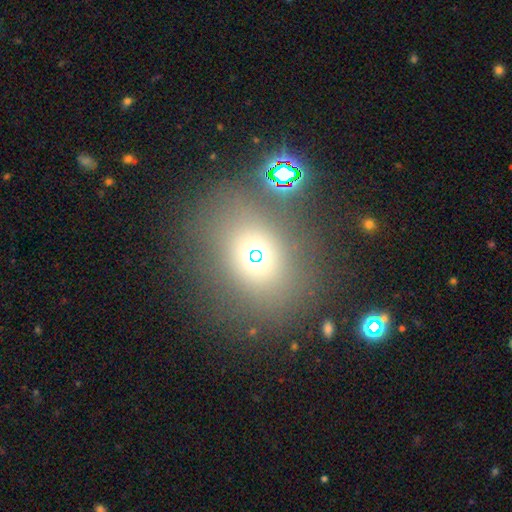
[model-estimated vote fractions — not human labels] Smooth or featured: smooth — 57% (star or artifact — 30%)
How rounded: round — 54% (in between — 45%)
Merging: none — 74% (minor disturbance — 12%)